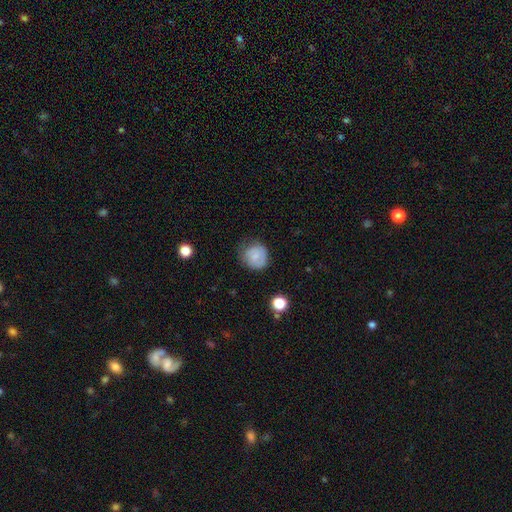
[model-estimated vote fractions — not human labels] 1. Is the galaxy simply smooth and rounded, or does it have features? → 74% smooth, 18% featured or disk, 8% star or artifact.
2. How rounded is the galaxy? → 84% round, 15% in between, 1% cigar-shaped.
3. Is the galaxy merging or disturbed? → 60% none, 29% minor disturbance, 9% major disturbance, 1% merger.